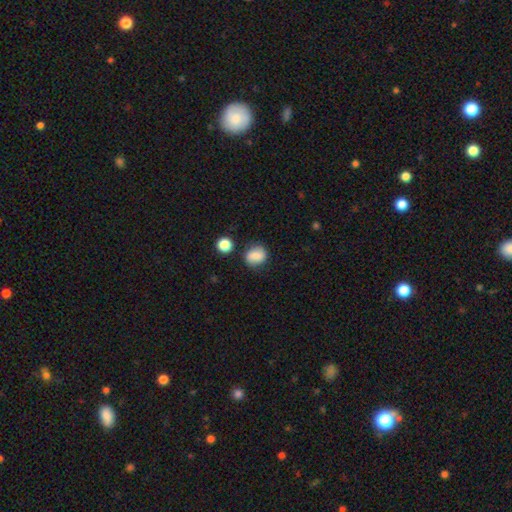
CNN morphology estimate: smooth_or_featured: smooth (p=0.76) [alt: featured or disk p=0.15]
how_rounded: round (p=0.70) [alt: in between p=0.29]
merging: none (p=0.76) [alt: minor disturbance p=0.15]